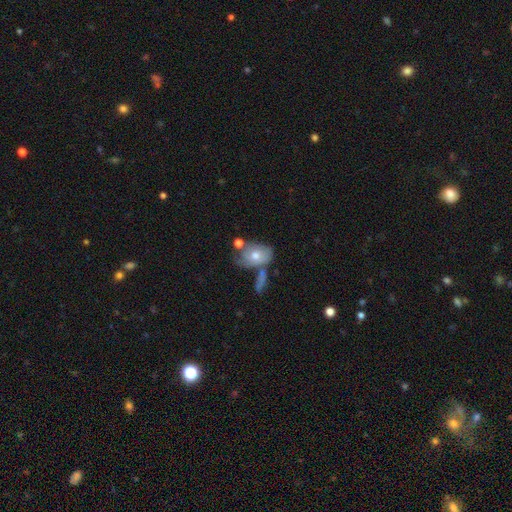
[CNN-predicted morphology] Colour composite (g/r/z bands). It shows a smooth galaxy with no disk features (53%) that is in between round and cigar-shaped (80%). Merging: none (33%).